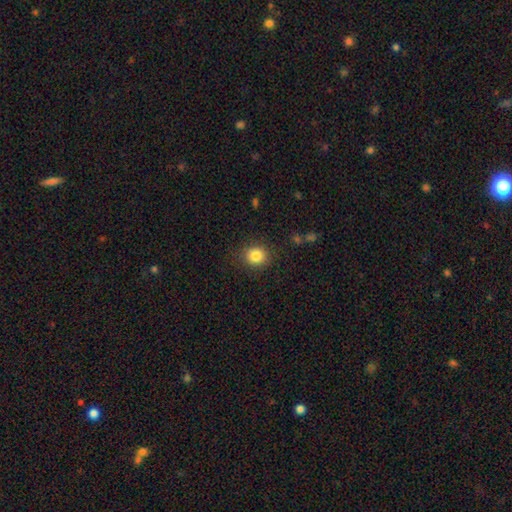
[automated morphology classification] The model was most divided on "how rounded": round: 81%, in between: 18%, cigar-shaped: 1%. More confident: merging — none (87%); smooth or featured — smooth (84%).